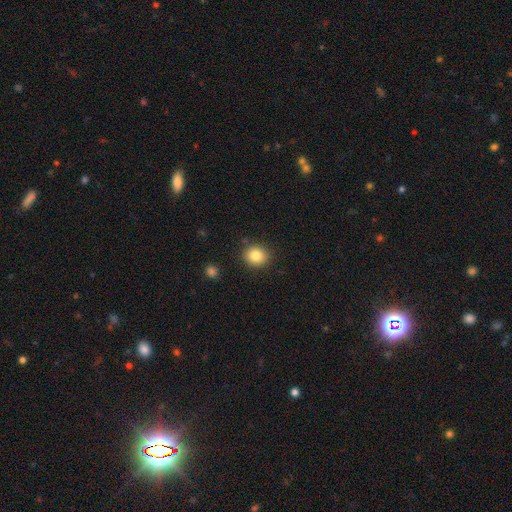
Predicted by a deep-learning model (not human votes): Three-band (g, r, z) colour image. It shows a smooth galaxy with no disk features (84%) that is round (77%). Merging: none (87%).